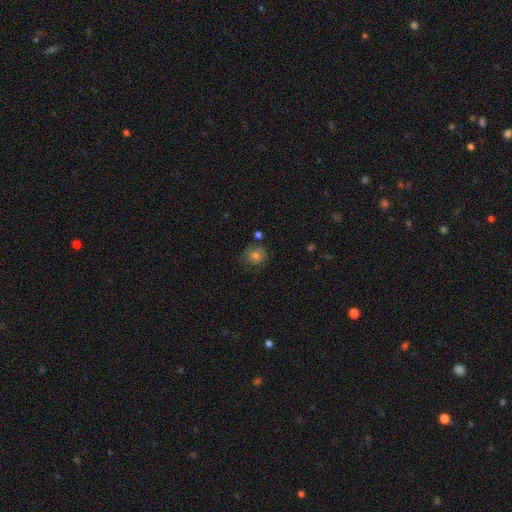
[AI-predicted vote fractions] Smooth or featured: smooth — 71% (featured or disk — 17%)
How rounded: round — 78% (in between — 21%)
Merging: none — 69% (minor disturbance — 20%)